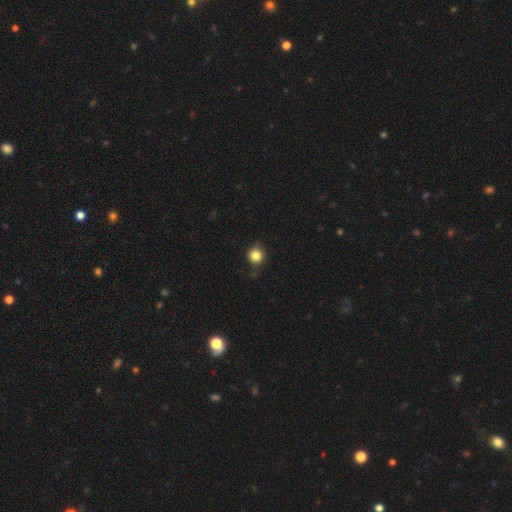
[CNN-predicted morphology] Smooth or featured? Predicted: smooth (p=0.83). How rounded? Predicted: round (p=0.90). Merging? Predicted: none (p=0.78).